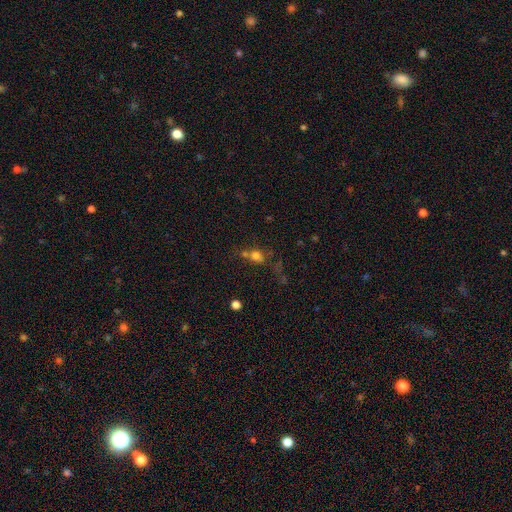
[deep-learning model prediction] Overall: smooth (71%). How rounded: round (58%; in between 38%). Merging: none (43%; merger 31%).